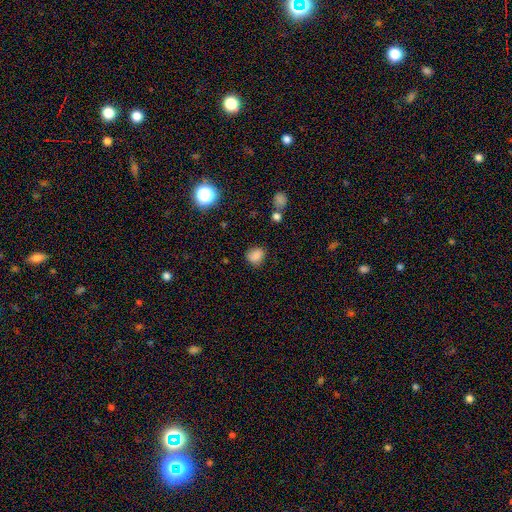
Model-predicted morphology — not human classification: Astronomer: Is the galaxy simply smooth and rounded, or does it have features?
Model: smooth — 82%.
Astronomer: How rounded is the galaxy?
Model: round — 59% (runner-up: in between, 40%).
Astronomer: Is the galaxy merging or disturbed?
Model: none — 75%.